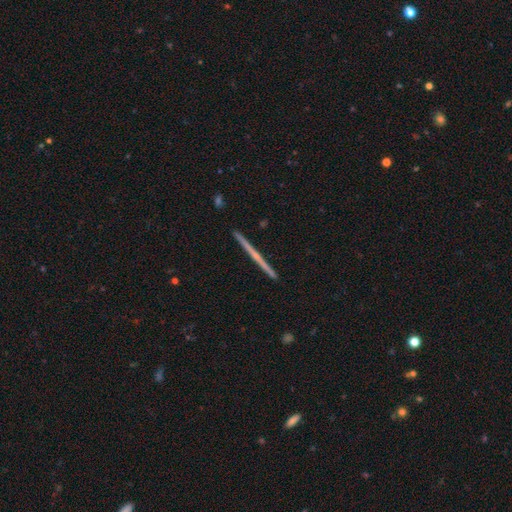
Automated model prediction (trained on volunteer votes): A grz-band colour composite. It shows a featured or disk galaxy (67%) viewed edge-on (98%) with no central bulge (74%). Merging: none (93%).